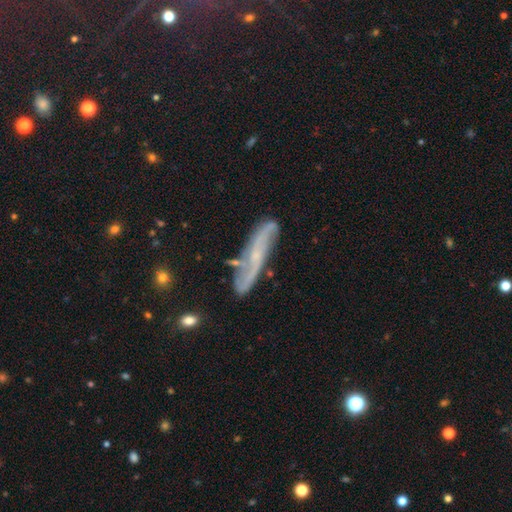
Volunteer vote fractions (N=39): Morphology: type=featured or disk (82%); edge-on=no (91%); bar=no (76%); spiral arms=yes (97%); winding=loose (57%); arm count=2 (86%); bulge=small (66%); merging=none (80%).